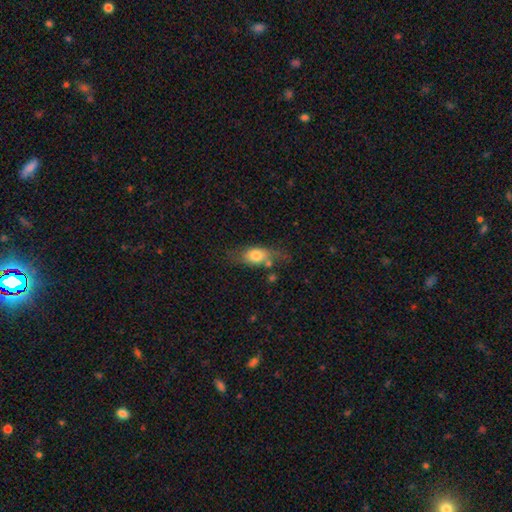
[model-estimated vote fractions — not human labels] smooth-or-featured: smooth: 70% | featured or disk: 22% | star or artifact: 8%
  how-rounded: in between: 74% | round: 15% | cigar-shaped: 11%
  merging: none: 52% | minor disturbance: 25% | major disturbance: 13% | merger: 10%